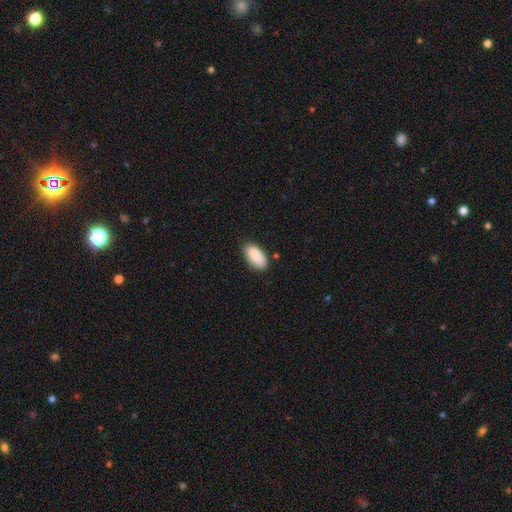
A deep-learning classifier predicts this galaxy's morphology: smooth_or_featured: smooth (p=0.88) [alt: star or artifact p=0.06]
how_rounded: in between (p=0.94) [alt: cigar-shaped p=0.04]
merging: none (p=0.83) [alt: minor disturbance p=0.13]